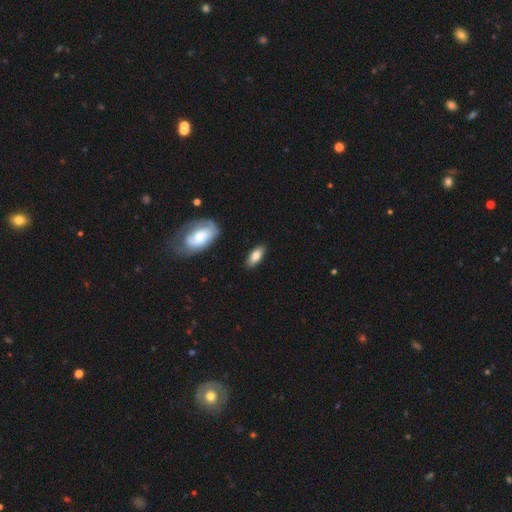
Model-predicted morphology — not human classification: smooth_or_featured: smooth (p=0.79) [alt: featured or disk p=0.15]
how_rounded: in between (p=0.83) [alt: cigar-shaped p=0.14]
merging: none (p=0.86) [alt: minor disturbance p=0.10]